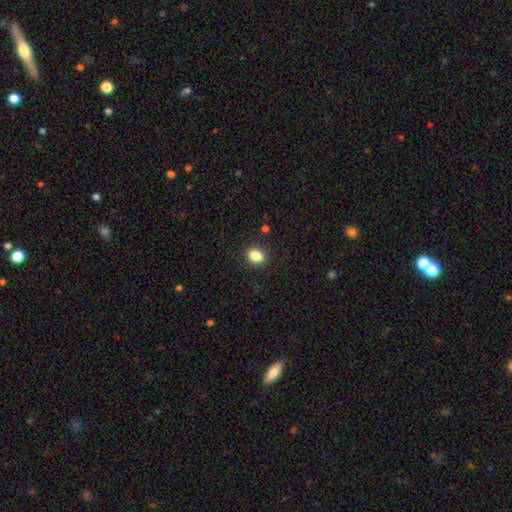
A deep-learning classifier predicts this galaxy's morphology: This is clearly a smooth galaxy (86%). How rounded: possibly in between (60%). Merging: clearly none (89%).